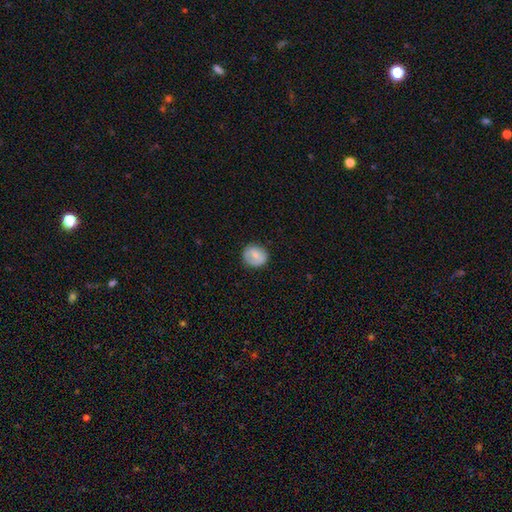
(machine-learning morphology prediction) Overall: smooth (64%; featured or disk 29%). How rounded: round (80%). Merging: none (82%).